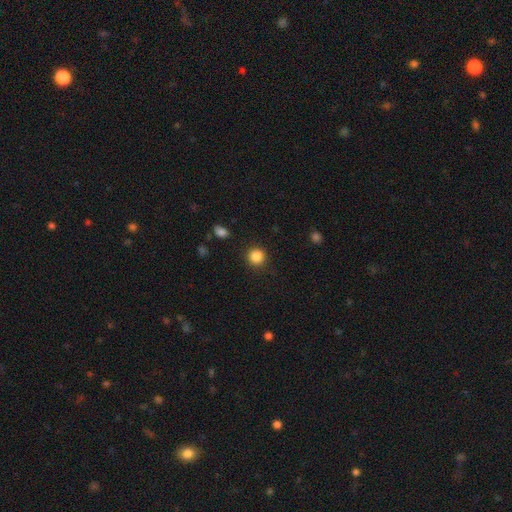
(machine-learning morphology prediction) A smooth galaxy with no disk features (86%) that is round (93%). Merging: none (90%).